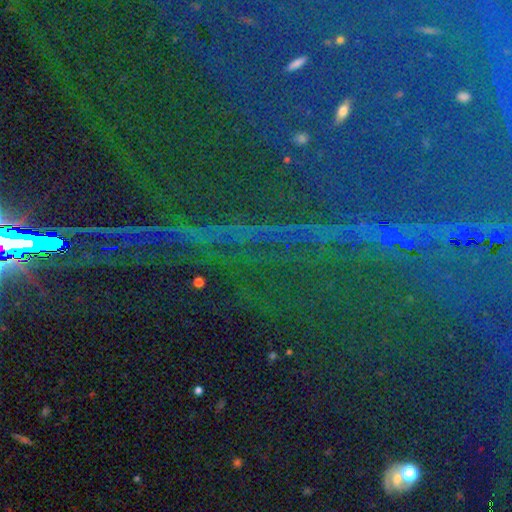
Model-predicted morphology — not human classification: This appears to be a star or artifact, not a galaxy (89%).